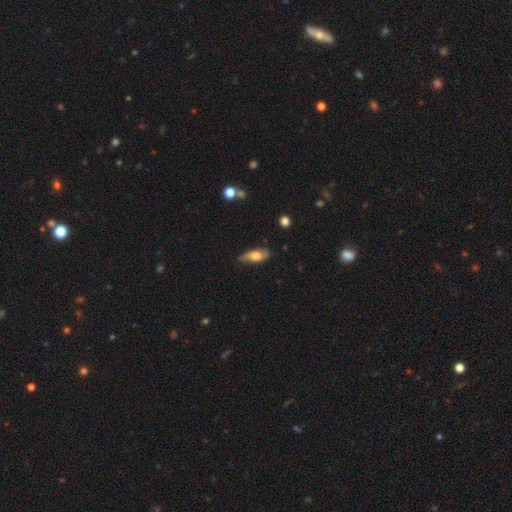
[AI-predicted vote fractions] A smooth galaxy with no disk features (48%).

Vote fractions:
- Smooth or featured? smooth: 48% / featured or disk: 45% / star or artifact: 7%
- Merging? none: 66% / minor disturbance: 27% / major disturbance: 6% / merger: 2%